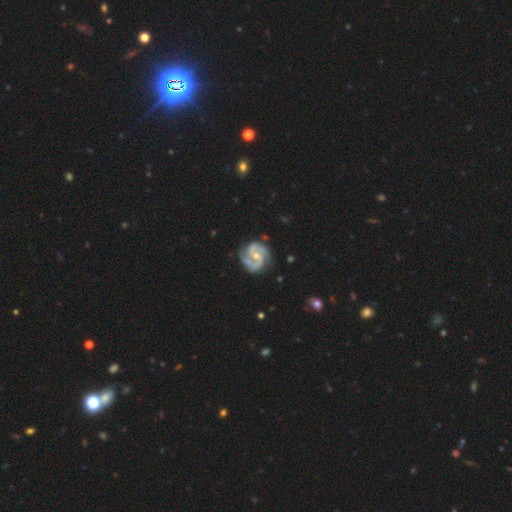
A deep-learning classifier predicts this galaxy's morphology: Overall: featured or disk (93%). Edge-on disk: no (98%). Bar: no (46%; weak 40%). Spiral arms: yes (99%). Spiral arm count: 2 (79%). Spiral winding: medium (52%; tight 40%). Bulge size: small (51%; moderate 44%). Merging: none (79%).